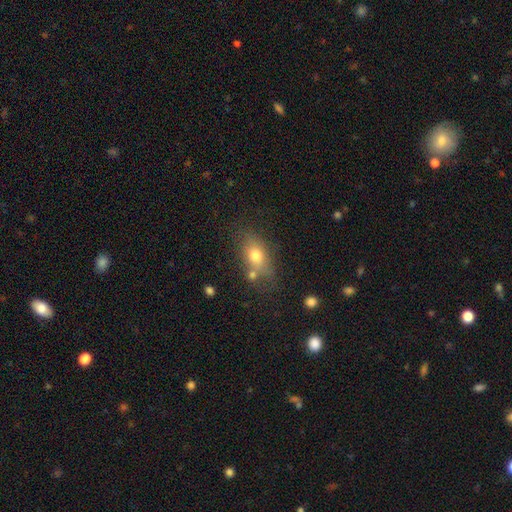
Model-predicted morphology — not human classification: This appears to be a smooth galaxy with no disk features (71%) that is in between round and cigar-shaped (76%). Merging: none (63%).